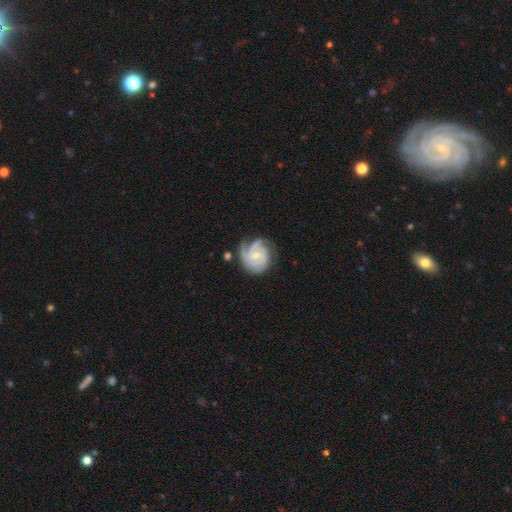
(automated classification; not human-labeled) This is clearly a featured or disk galaxy (85%). It is clearly not viewed edge-on (98%). Bar: likely no (60%). Spiral arm pattern: clearly yes (97%). Spiral arm count: possibly 3 (48%). Spiral winding: likely tight (61%). Central bulge: likely small (62%). Merging: likely none (67%).